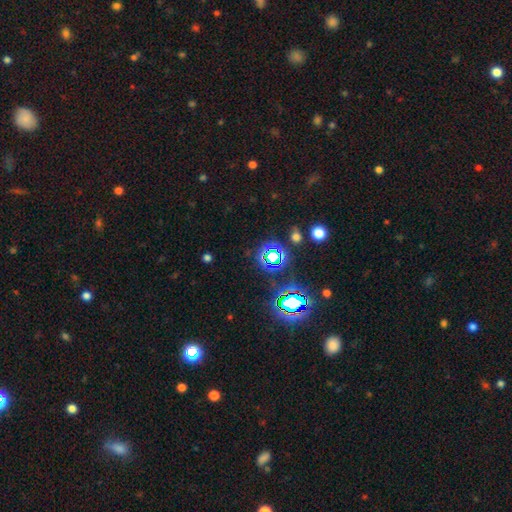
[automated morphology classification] Smooth or featured: star or artifact — 74% (smooth — 18%)